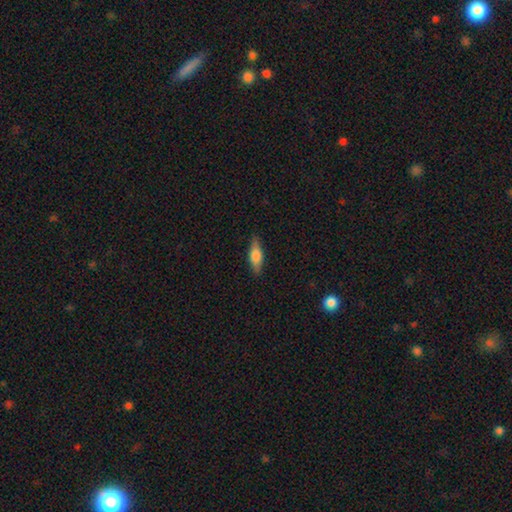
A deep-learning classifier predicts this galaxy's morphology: This is likely a smooth galaxy (63%). How rounded: possibly in between (58%). Merging: clearly none (86%).